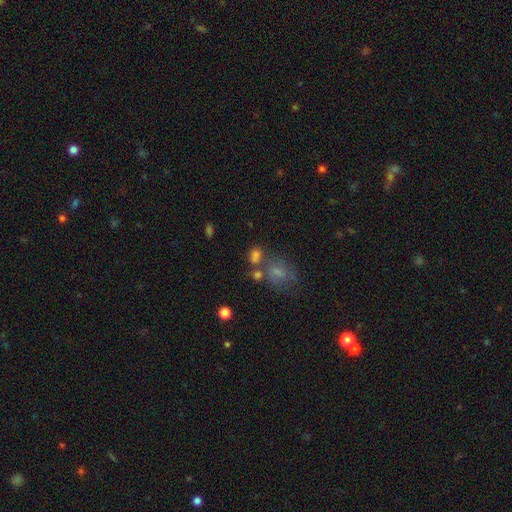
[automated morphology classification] The model was most divided on "how rounded": in between: 50%, round: 48%, cigar-shaped: 2%. Remaining: smooth or featured — smooth (70%); merging — none (45%).